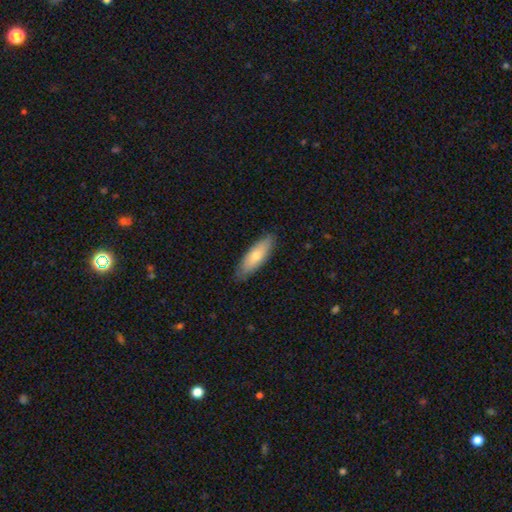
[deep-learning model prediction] Overall: smooth (69%). How rounded: in between (57%; cigar-shaped 41%). Merging: none (85%).